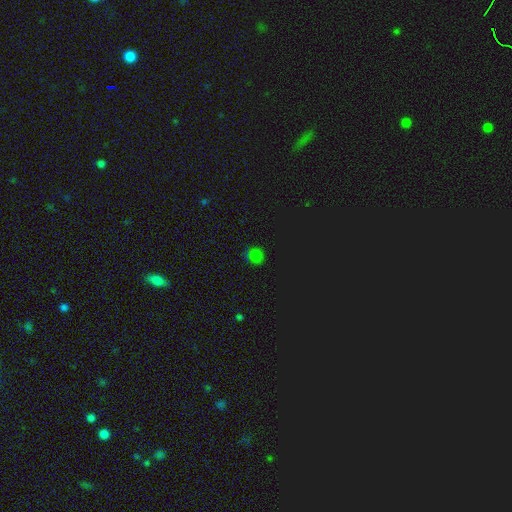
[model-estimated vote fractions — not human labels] Overall: smooth (63%; star or artifact 32%). How rounded: round (86%). Merging: none (79%).